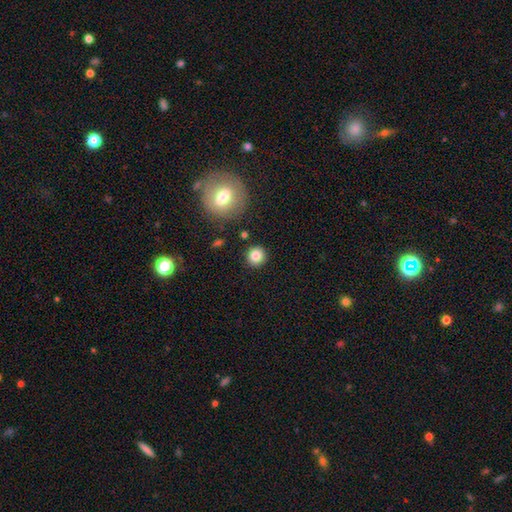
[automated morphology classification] Q: Smooth or featured?
A: smooth (83%); runner-up: star or artifact (11%)
Q: How rounded?
A: round (92%); runner-up: in between (7%)
Q: Merging?
A: none (88%); runner-up: minor disturbance (7%)